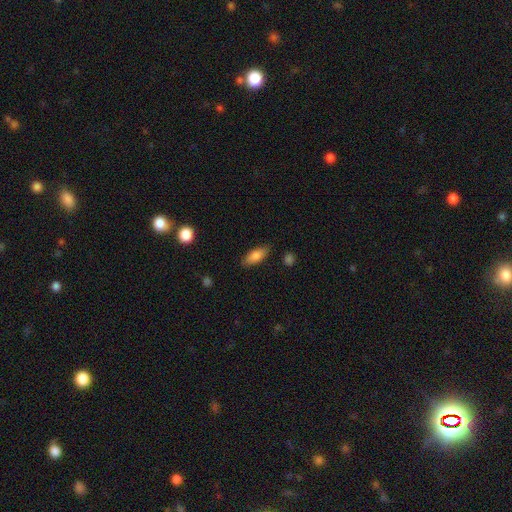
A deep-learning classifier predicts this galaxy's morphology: A smooth galaxy with no disk features (81%) that is in between round and cigar-shaped (76%).

Vote fractions:
- Smooth or featured? smooth: 81% / featured or disk: 13% / star or artifact: 7%
- How rounded? in between: 76% / cigar-shaped: 22% / round: 3%
- Merging? none: 83% / minor disturbance: 12% / major disturbance: 3% / merger: 1%